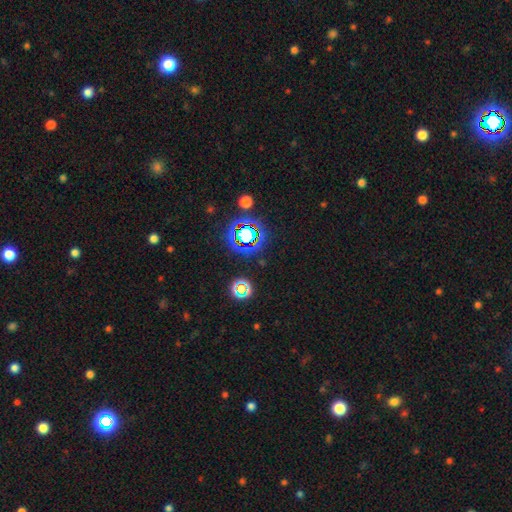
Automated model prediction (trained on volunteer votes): A star or artifact, not a galaxy (76%).